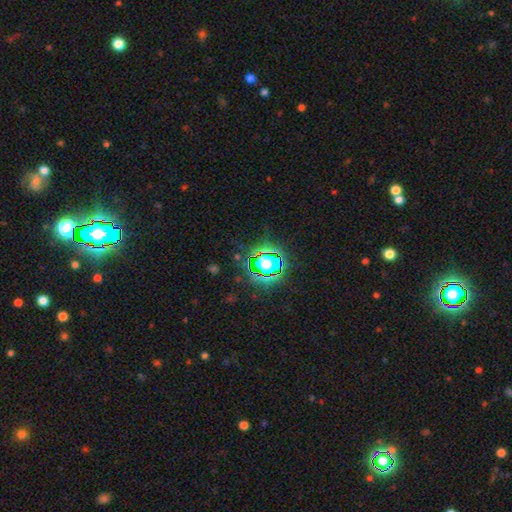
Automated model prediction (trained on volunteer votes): star or artifact 70%, smooth 20%, featured or disk 9%.